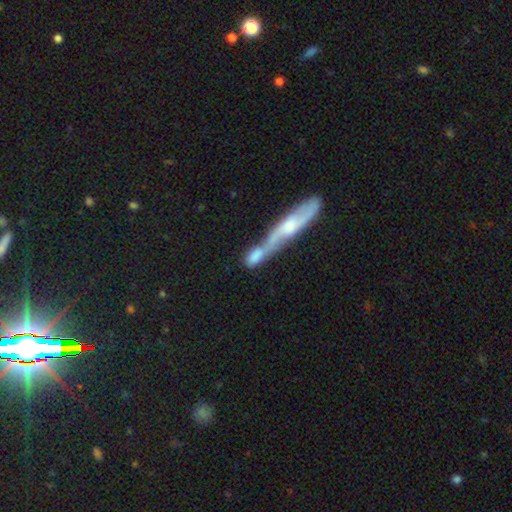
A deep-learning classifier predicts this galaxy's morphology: smooth_or_featured: smooth (p=0.64) [alt: featured or disk p=0.29]
how_rounded: in between (p=0.50) [alt: cigar-shaped p=0.41]
merging: merger (p=0.64) [alt: none p=0.21]